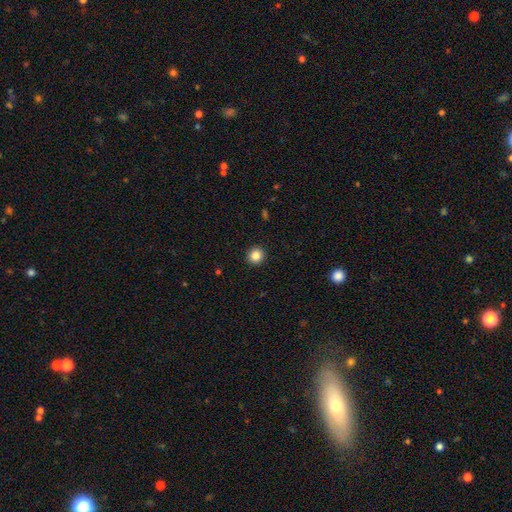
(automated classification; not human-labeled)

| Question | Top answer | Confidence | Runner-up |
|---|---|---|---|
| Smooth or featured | smooth | 85% | star or artifact (10%) |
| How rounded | round | 91% | in between (8%) |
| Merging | none | 93% | minor disturbance (4%) |